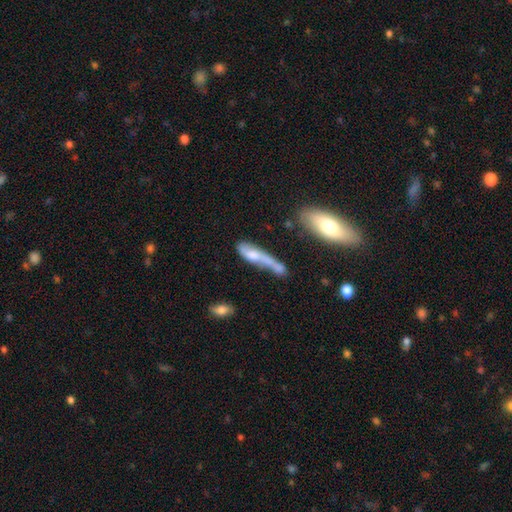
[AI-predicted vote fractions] smooth 52%, featured or disk 40%, star or artifact 8%. Down the decision tree: how rounded — cigar-shaped (62%); merging — merger (33%).